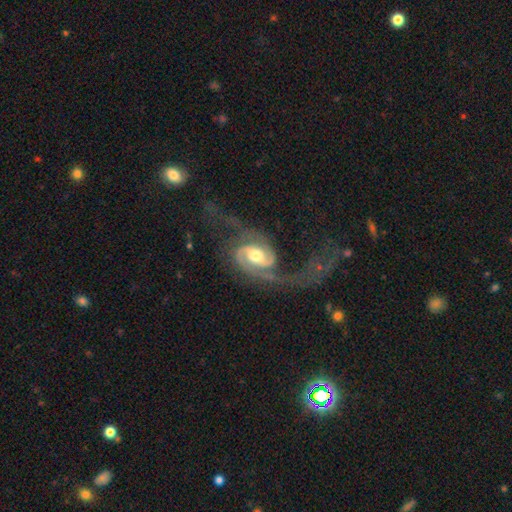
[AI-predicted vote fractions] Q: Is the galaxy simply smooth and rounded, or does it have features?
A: featured or disk — 92%.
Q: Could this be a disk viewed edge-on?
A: no — 97%.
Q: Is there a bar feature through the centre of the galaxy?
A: weak — 40%.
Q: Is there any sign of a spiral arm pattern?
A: yes — 97%.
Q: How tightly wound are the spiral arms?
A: medium — 45%.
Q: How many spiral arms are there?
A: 2 — 90%.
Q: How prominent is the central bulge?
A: moderate — 71%.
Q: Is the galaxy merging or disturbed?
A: none — 46%.